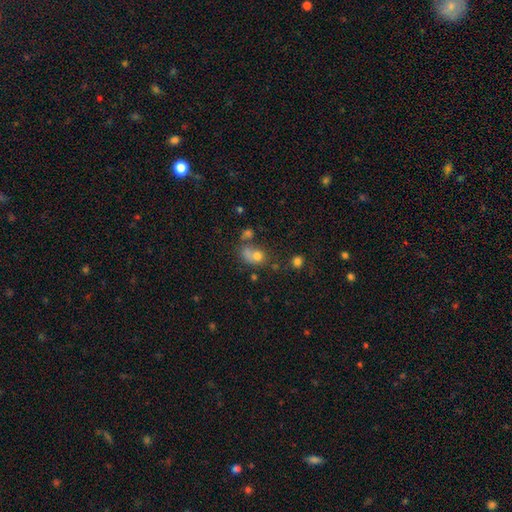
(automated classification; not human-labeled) smooth-or-featured: smooth: 66% | star or artifact: 18% | featured or disk: 16%
  how-rounded: round: 49% (tied) | in between: 49% (tied) | cigar-shaped: 2%
  merging: none: 36% (tied) | merger: 36% (tied) | minor disturbance: 15% | major disturbance: 13%